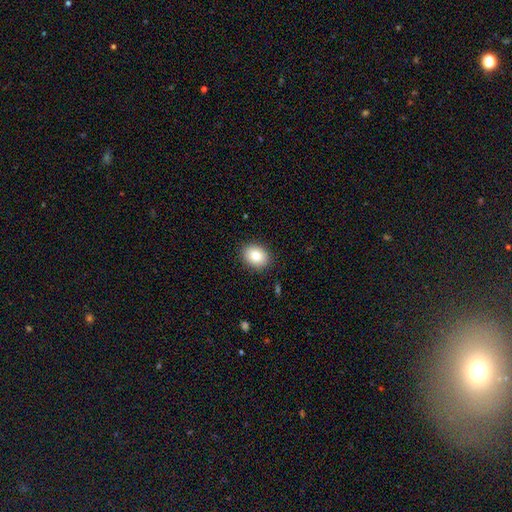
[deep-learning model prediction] This is clearly a smooth galaxy (82%). How rounded: possibly in between (50%). Merging: clearly none (89%).